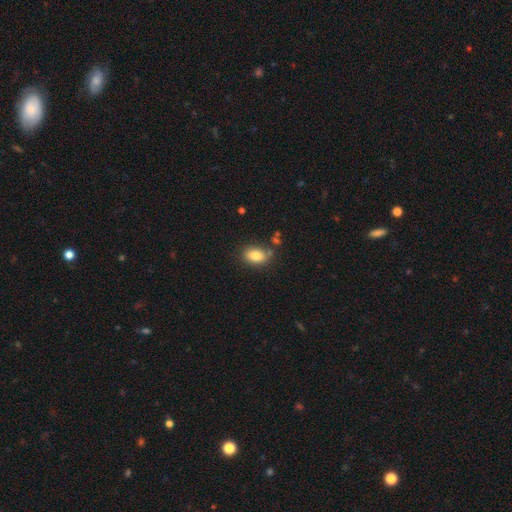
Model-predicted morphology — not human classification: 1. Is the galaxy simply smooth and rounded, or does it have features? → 83% smooth, 9% star or artifact, 8% featured or disk.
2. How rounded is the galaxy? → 85% in between, 14% round, 2% cigar-shaped.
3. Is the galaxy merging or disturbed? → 75% none, 15% minor disturbance, 7% merger, 4% major disturbance.